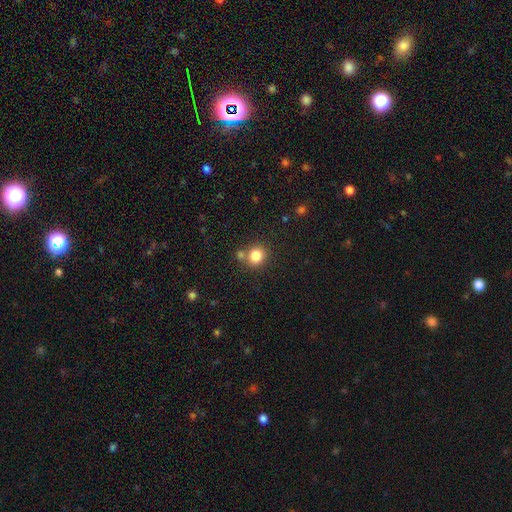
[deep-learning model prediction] smooth-or-featured: smooth: 82% | star or artifact: 12% | featured or disk: 6%
  how-rounded: round: 82% | in between: 17% | cigar-shaped: 1%
  merging: none: 70% | merger: 18% | minor disturbance: 9% | major disturbance: 3%